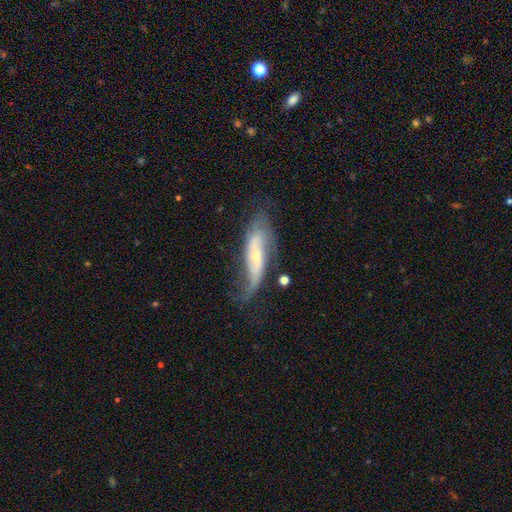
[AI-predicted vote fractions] Smooth or featured?
  - featured or disk: 71% *
  - smooth: 22%
  - star or artifact: 7%
Edge-on disk?
  - no: 77% *
  - yes: 23%
Bar?
  - no: 56% *
  - weak: 28%
  - strong: 16%
Spiral arms?
  - yes: 84% *
  - no: 16%
Bulge size?
  - small: 70% *
  - moderate: 25%
  - none: 2%
  - large: 2%
  - dominant: 1%
Merging?
  - none: 47% *
  - minor disturbance: 29%
  - major disturbance: 20%
  - merger: 3%